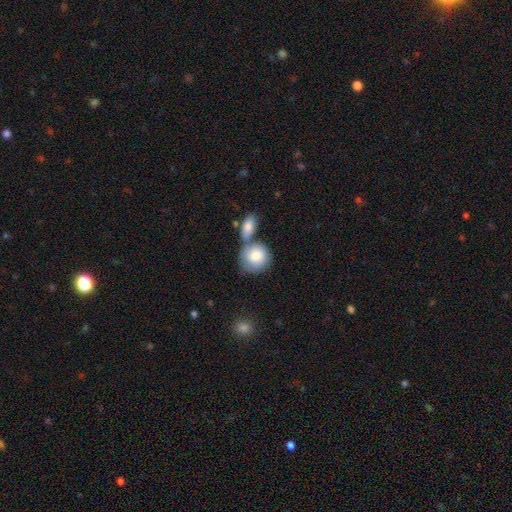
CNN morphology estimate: A smooth galaxy with no disk features (81%) that is round (80%). Merging: none (43%).